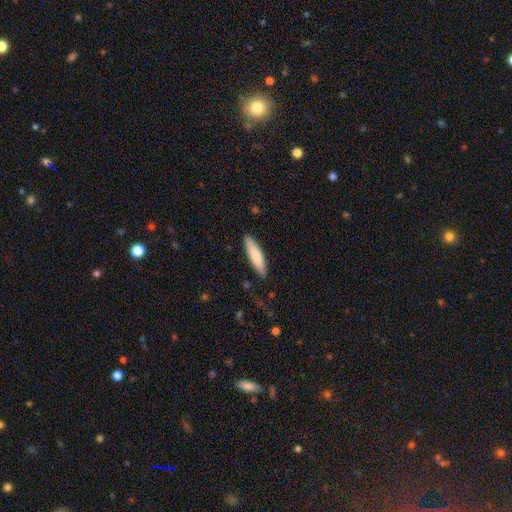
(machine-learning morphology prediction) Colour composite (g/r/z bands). It shows a smooth galaxy with no disk features (79%) that is cigar-shaped (78%). Merging: none (89%).